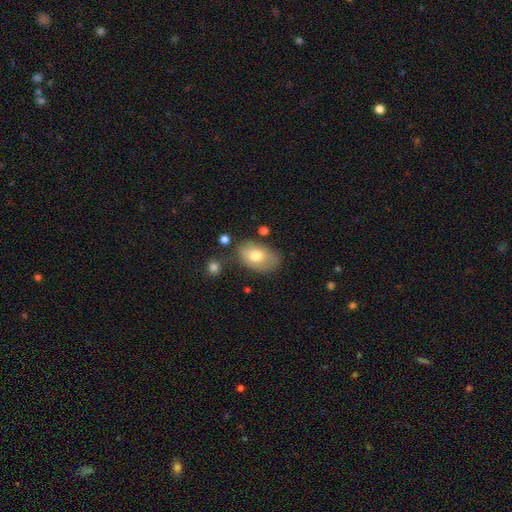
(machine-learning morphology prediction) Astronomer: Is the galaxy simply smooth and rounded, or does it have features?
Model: smooth — 73%.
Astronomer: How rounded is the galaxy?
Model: in between — 88%.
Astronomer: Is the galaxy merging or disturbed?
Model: none — 66%.